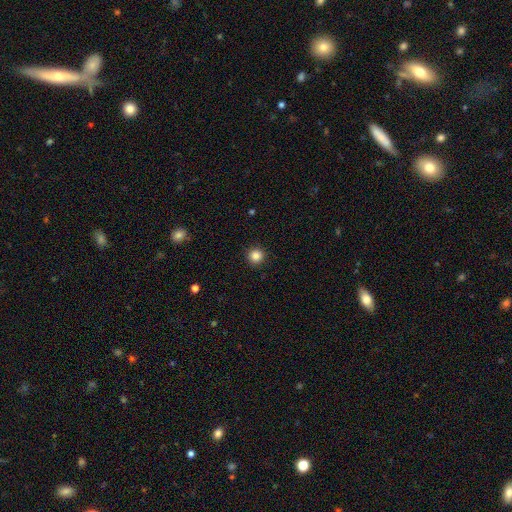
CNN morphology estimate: smooth-or-featured: smooth: 85% | star or artifact: 11% | featured or disk: 4%
  how-rounded: round: 95% | in between: 4% | cigar-shaped: 1%
  merging: none: 92% | minor disturbance: 5% | major disturbance: 2% | merger: 1%